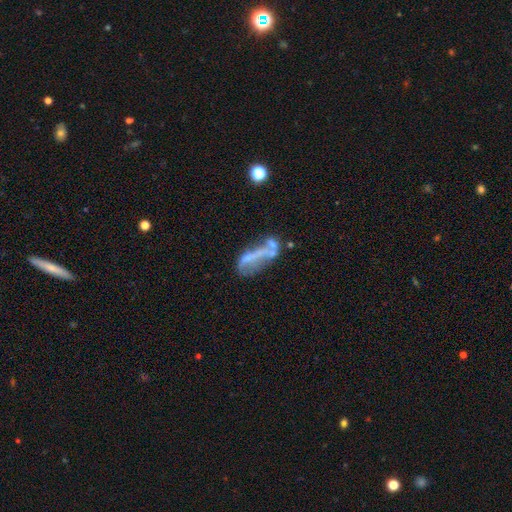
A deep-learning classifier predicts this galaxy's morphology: A featured or disk galaxy (55%). Merging: merger (29%, tied with major disturbance).